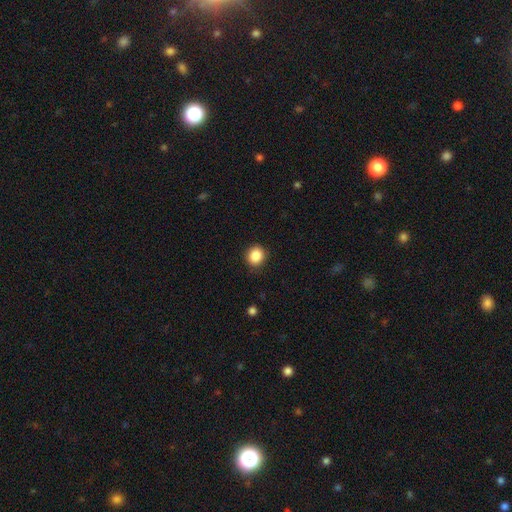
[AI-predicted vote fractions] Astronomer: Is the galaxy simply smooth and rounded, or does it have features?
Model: smooth — 87%.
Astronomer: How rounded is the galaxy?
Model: round — 80%.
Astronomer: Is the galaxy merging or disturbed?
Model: none — 88%.